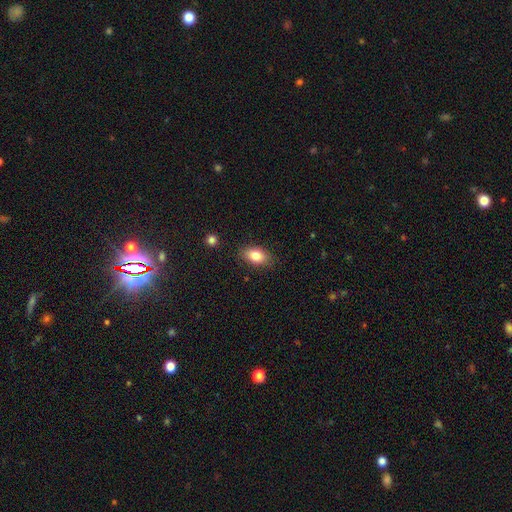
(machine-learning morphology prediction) type=smooth (83%); roundness=in between (89%); merging=none (84%).